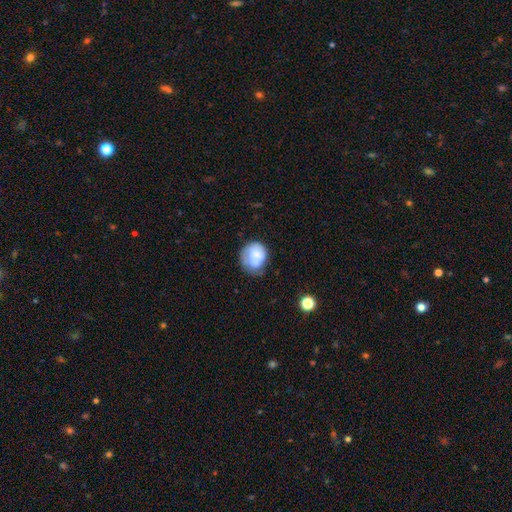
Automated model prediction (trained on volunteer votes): Smooth or featured? Predicted: smooth (p=0.68). How rounded? Predicted: round (p=0.71). Merging? Predicted: none (p=0.46).